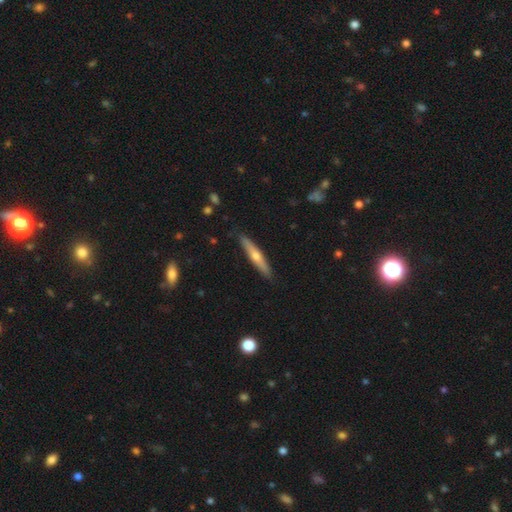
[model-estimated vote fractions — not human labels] This is possibly a featured or disk galaxy (56%). It is clearly viewed edge-on (94%). Edge-on bulge: clearly rounded (86%). Merging: clearly none (89%).